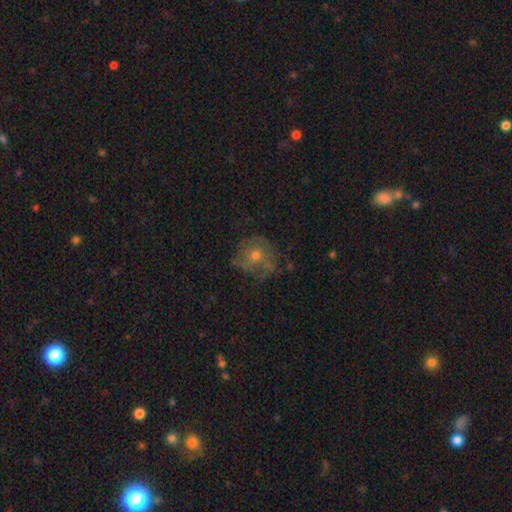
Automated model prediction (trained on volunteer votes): Smooth or featured?
  - featured or disk: 47% *
  - smooth: 39%
  - star or artifact: 14%
Merging?
  - none: 59% *
  - minor disturbance: 23%
  - major disturbance: 16%
  - merger: 2%